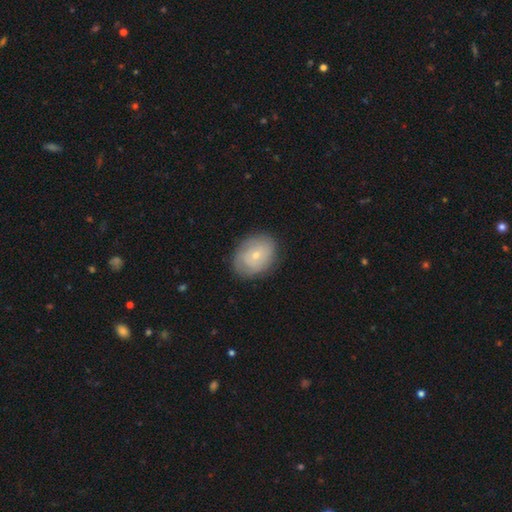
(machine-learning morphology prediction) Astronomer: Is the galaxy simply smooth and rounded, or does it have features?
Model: smooth — 51% (runner-up: featured or disk, 42%).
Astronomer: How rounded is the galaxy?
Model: in between — 60% (runner-up: round, 39%).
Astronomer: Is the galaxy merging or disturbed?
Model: none — 80%.